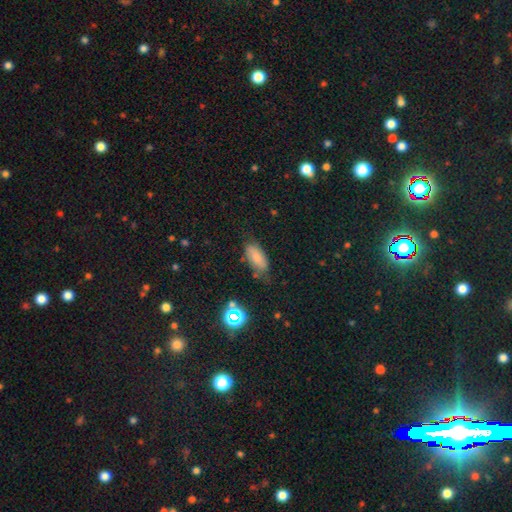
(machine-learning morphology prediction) smooth-or-featured: smooth: 72% | featured or disk: 16% | star or artifact: 12%
  how-rounded: in between: 86% | cigar-shaped: 11% | round: 4%
  merging: none: 67% | minor disturbance: 24% | major disturbance: 6% | merger: 3%